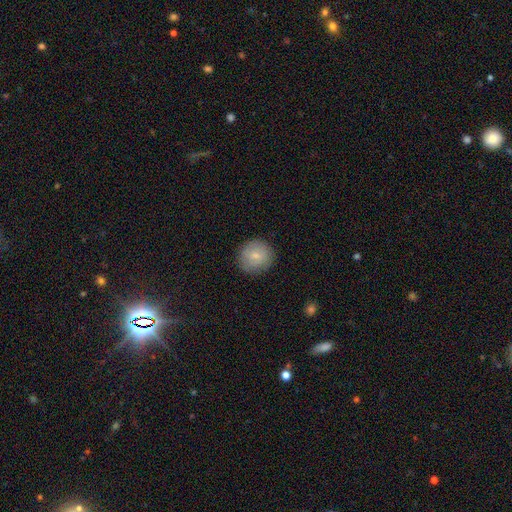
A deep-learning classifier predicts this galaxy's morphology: Smooth or featured?
  - smooth: 81% *
  - featured or disk: 11%
  - star or artifact: 8%
How rounded?
  - round: 91% *
  - in between: 8%
  - cigar-shaped: 1%
Merging?
  - none: 87% *
  - minor disturbance: 10%
  - major disturbance: 2%
  - merger: 1%